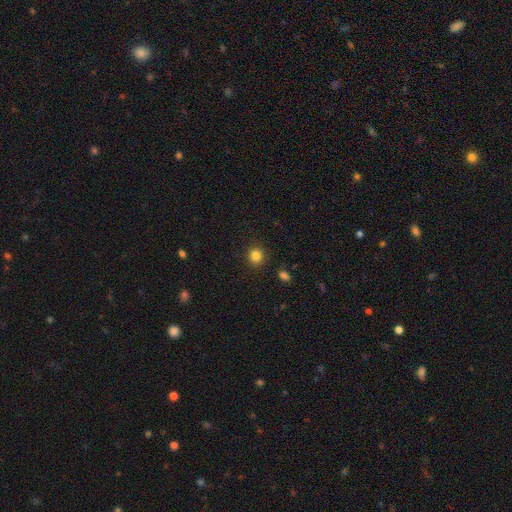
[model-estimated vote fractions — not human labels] A smooth galaxy with no disk features (84%) that is round (90%). Merging: none (90%).